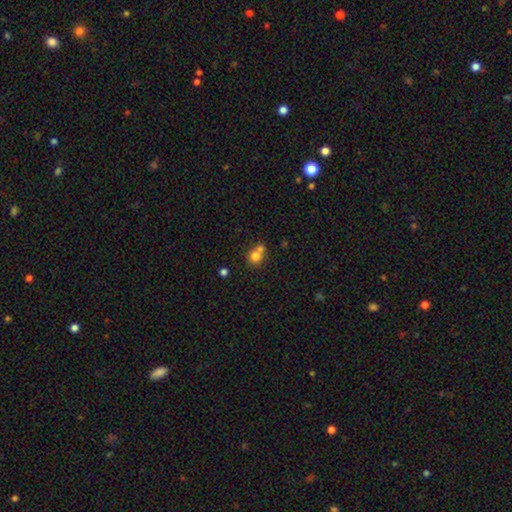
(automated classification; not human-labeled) This appears to be a smooth galaxy with no disk features (77%) that is round (75%). Merging: merger (49%).